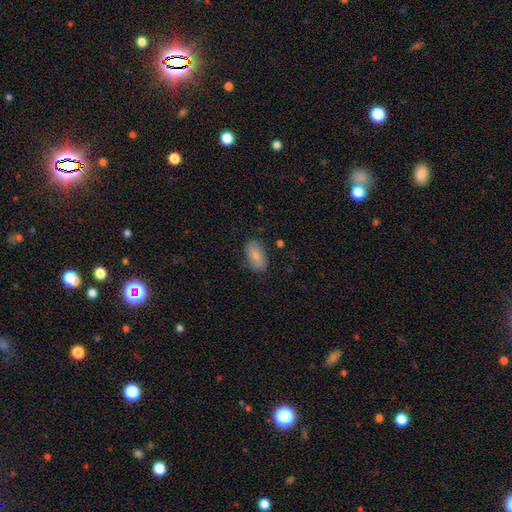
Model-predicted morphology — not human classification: type=smooth (79%); roundness=in between (92%); merging=none (79%).